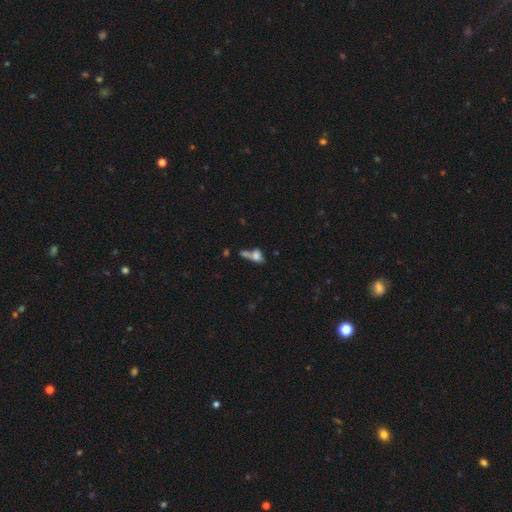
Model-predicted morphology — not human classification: The model was most divided on "merging": merger: 53%, none: 24%, minor disturbance: 12%, major disturbance: 11%. More confident: how rounded — in between (69%); smooth or featured — smooth (67%).